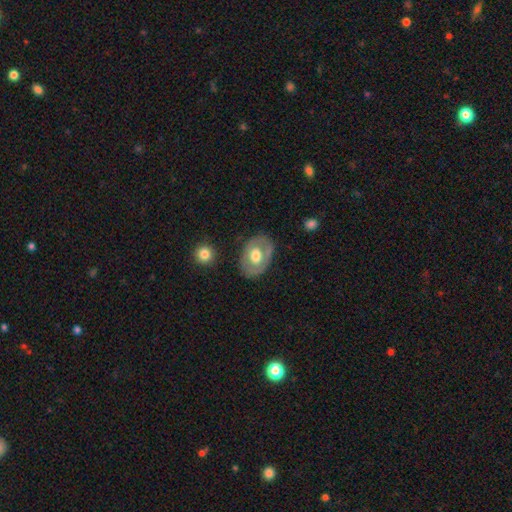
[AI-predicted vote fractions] This appears to be a smooth galaxy with no disk features (47%, tied with featured or disk). Merging: none (78%).